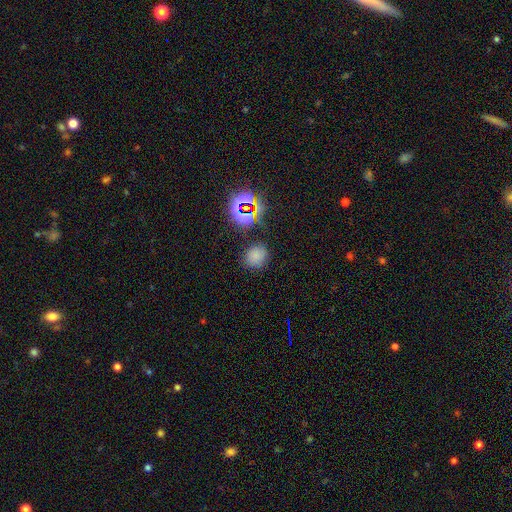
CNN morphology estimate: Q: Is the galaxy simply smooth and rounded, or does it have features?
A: smooth — 69%.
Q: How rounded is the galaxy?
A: round — 69%.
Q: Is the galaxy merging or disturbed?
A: none — 81%.